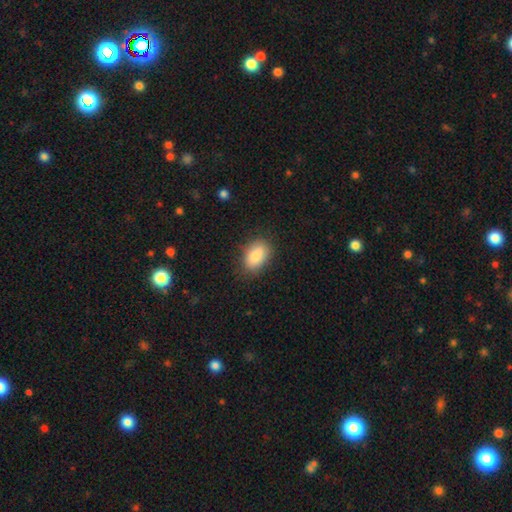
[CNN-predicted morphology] The model was most divided on "merging": none: 81%, minor disturbance: 14%, major disturbance: 4%, merger: 1%. More confident: how rounded — in between (89%); smooth or featured — smooth (87%).